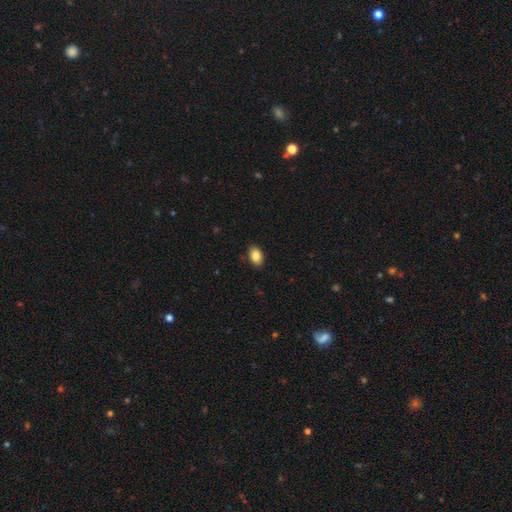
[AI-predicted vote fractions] A smooth galaxy with no disk features (86%) that is in between round and cigar-shaped (87%).

Vote fractions:
- Smooth or featured? smooth: 86% / star or artifact: 8% / featured or disk: 6%
- How rounded? in between: 87% / round: 12% / cigar-shaped: 1%
- Merging? none: 87% / minor disturbance: 10% / major disturbance: 2% / merger: 1%